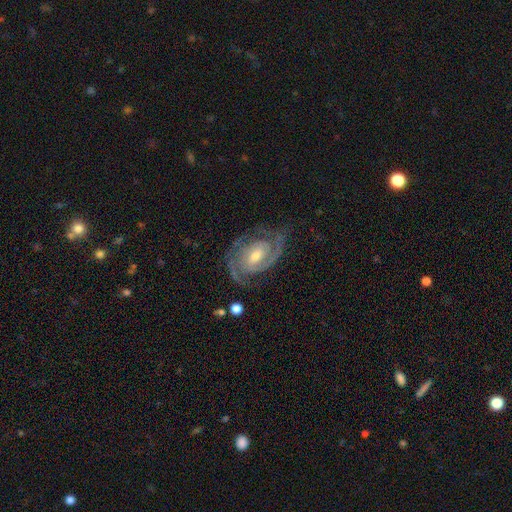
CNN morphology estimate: Smooth or featured?
  - featured or disk: 91% *
  - smooth: 5%
  - star or artifact: 4%
Edge-on disk?
  - no: 97% *
  - yes: 3%
Bar?
  - weak: 45% *
  - no: 36%
  - strong: 19%
Spiral arms?
  - yes: 98% *
  - no: 2%
Spiral winding?
  - tight: 58% *
  - medium: 36%
  - loose: 6%
Spiral arm count?
  - 2: 78% *
  - 3: 9%
  - can't tell: 6%
  - 1: 3%
  - 4: 2%
  - more than 4: 2%
Bulge size?
  - moderate: 59% *
  - small: 34%
  - large: 4%
  - none: 2%
  - dominant: 1%
Merging?
  - none: 75% *
  - minor disturbance: 16%
  - major disturbance: 7%
  - merger: 2%